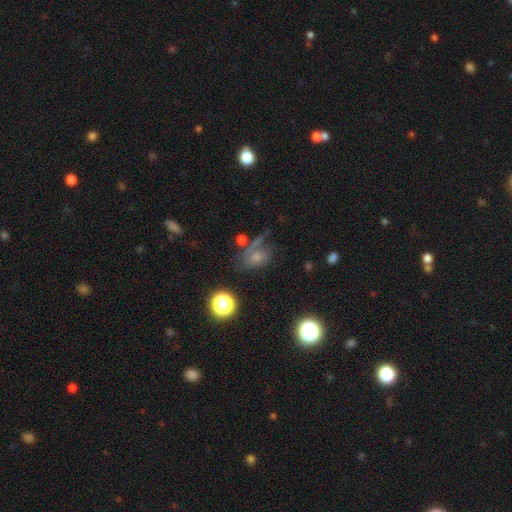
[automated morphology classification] This appears to be a smooth galaxy with no disk features (54%) that is in between round and cigar-shaped (60%). Merging: none (42%).